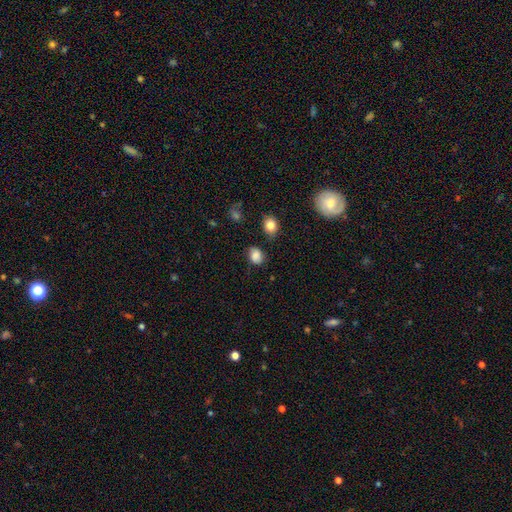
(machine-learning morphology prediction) Smooth or featured? Predicted: smooth (p=0.82). How rounded? Predicted: in between (p=0.64). Merging? Predicted: none (p=0.69).